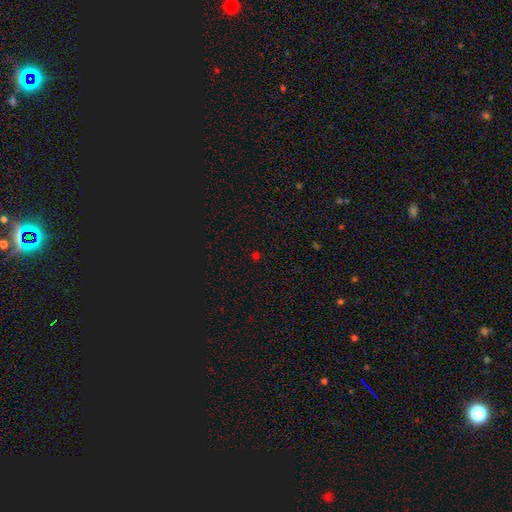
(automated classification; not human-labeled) Smooth or featured? Predicted: star or artifact (p=0.48).